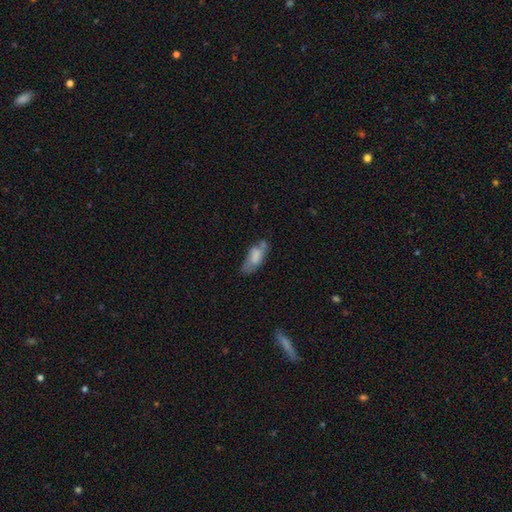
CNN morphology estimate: This appears to be a smooth galaxy with no disk features (67%) that is in between round and cigar-shaped (81%). Merging: none (39%).